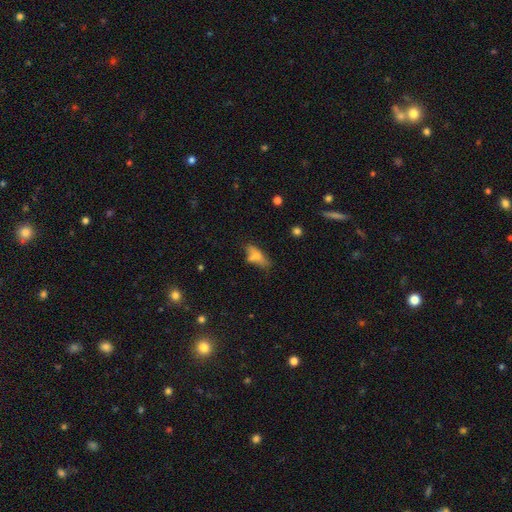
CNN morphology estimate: A smooth galaxy with no disk features (67%) that is in between round and cigar-shaped (66%). Merging: none (44%).